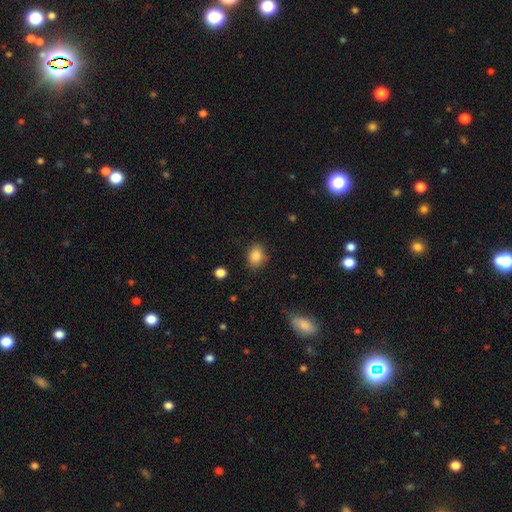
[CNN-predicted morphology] type=smooth (85%); roundness=in between (59%); merging=none (81%).